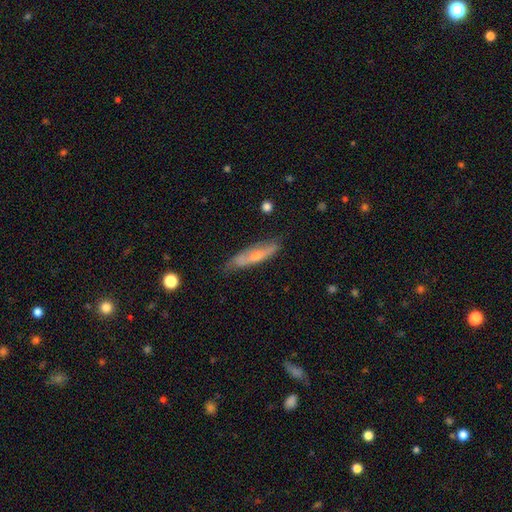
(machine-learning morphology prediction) A featured or disk galaxy (49%). Merging: none (75%).